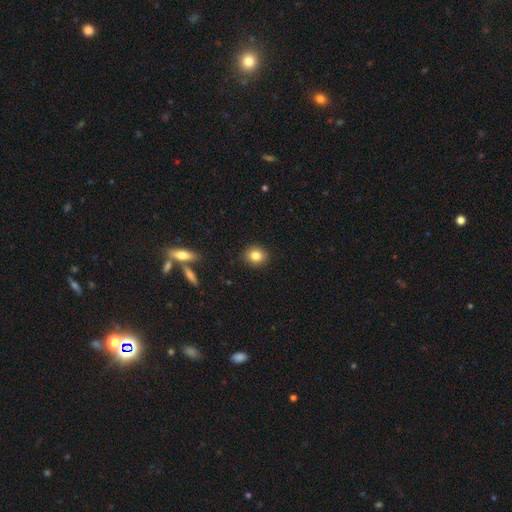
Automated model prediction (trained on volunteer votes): Q: Smooth or featured?
A: smooth (82%); runner-up: star or artifact (10%)
Q: How rounded?
A: round (76%); runner-up: in between (23%)
Q: Merging?
A: none (90%); runner-up: minor disturbance (6%)